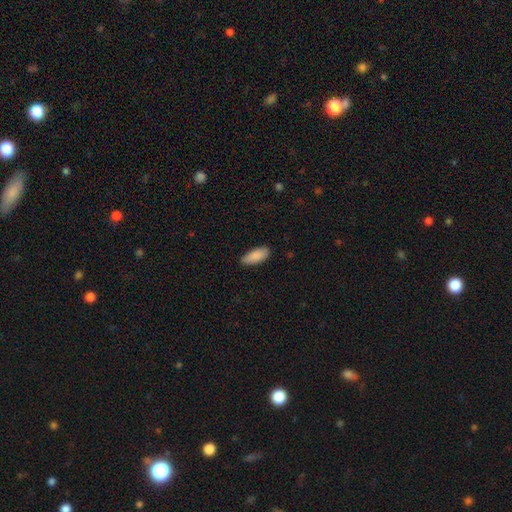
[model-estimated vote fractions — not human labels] This appears to be a smooth galaxy with no disk features (89%) that is in between round and cigar-shaped (85%). Merging: none (85%).